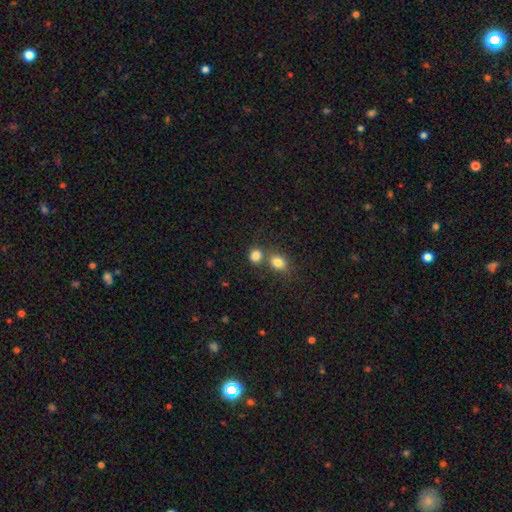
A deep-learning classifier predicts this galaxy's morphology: smooth 82%, star or artifact 11%, featured or disk 6%. Down the decision tree: how rounded — round (61%); merging — none (51%).